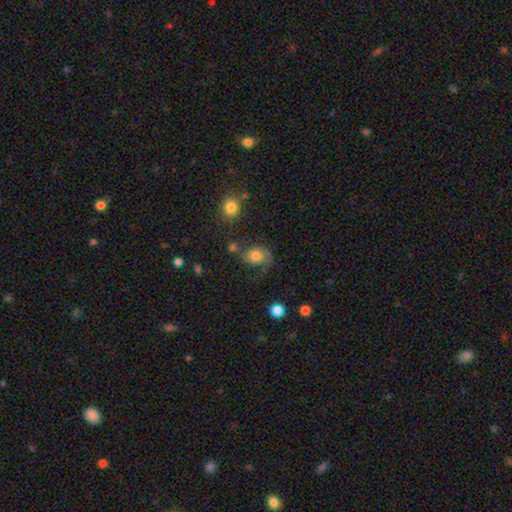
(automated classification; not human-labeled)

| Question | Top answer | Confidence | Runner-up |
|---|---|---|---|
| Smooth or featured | smooth | 52% | featured or disk (37%) |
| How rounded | round | 51% | in between (48%) |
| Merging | none | 47% | minor disturbance (24%) |